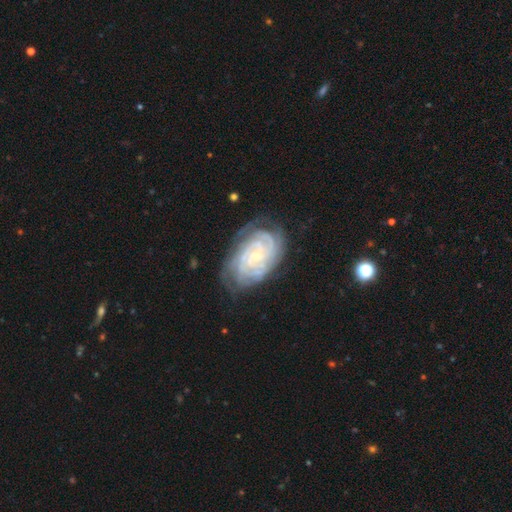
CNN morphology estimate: Overall: featured or disk (85%). Edge-on disk: no (97%). Bar: no (65%; weak 27%). Spiral arms: yes (97%). Spiral arm count: can't tell (31%; 4 20%). Spiral winding: tight (82%). Bulge size: small (78%). Merging: none (72%).